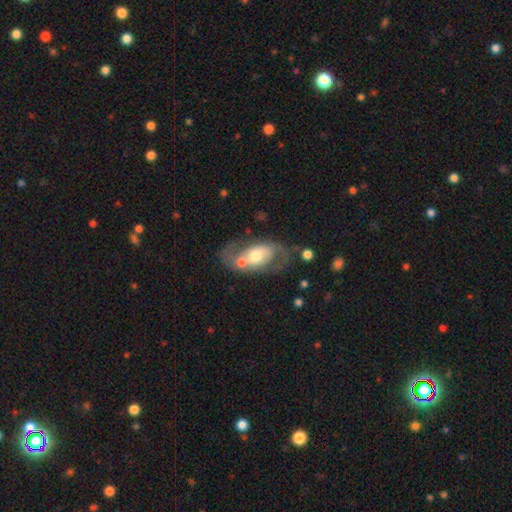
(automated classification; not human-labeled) The model was most divided on "spiral winding": medium: 47%, loose: 34%, tight: 18%. More confident: edge-on disk — no (95%); spiral arm count — 2 (83%); spiral arms — yes (82%); smooth or featured — featured or disk (74%); bulge size — moderate (64%); bar — no (59%); merging — none (51%).